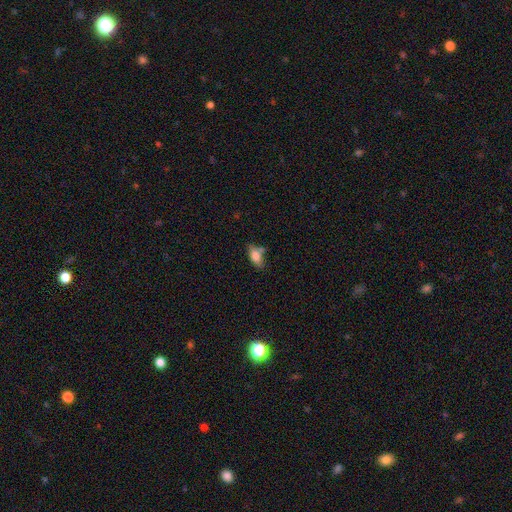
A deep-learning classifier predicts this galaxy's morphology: Overall: smooth (80%). How rounded: in between (85%). Merging: none (61%).